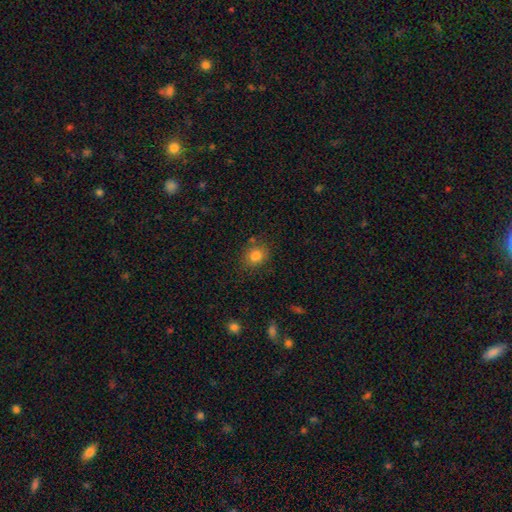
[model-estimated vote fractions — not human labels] This appears to be a smooth galaxy with no disk features (82%) that is round (70%). Merging: none (79%).